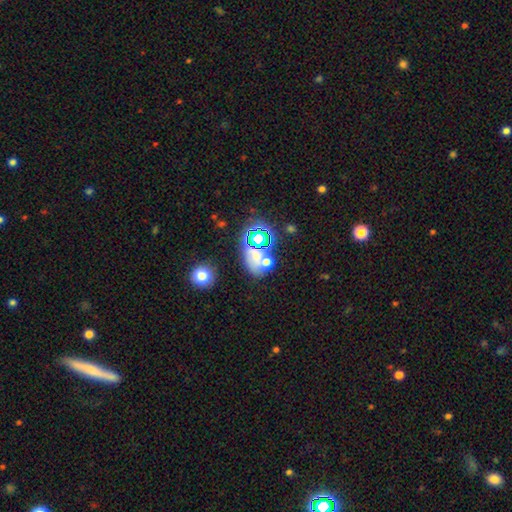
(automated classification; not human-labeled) A star or artifact, not a galaxy (42%, tied with smooth).